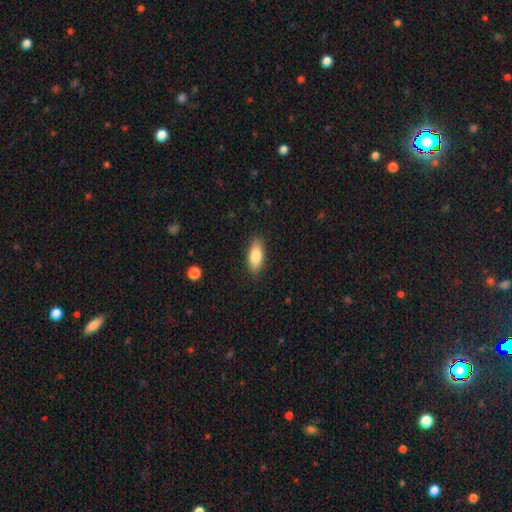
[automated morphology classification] The model was most divided on "how rounded": in between: 83%, cigar-shaped: 15%, round: 3%. More confident: merging — none (87%); smooth or featured — smooth (84%).